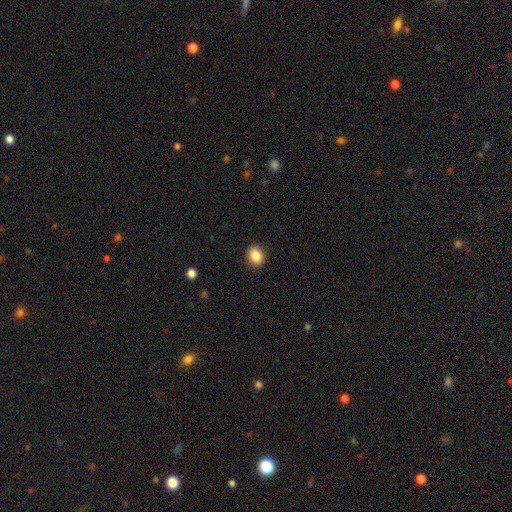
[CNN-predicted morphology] A smooth galaxy with no disk features (87%) that is round (52%). Merging: none (90%).